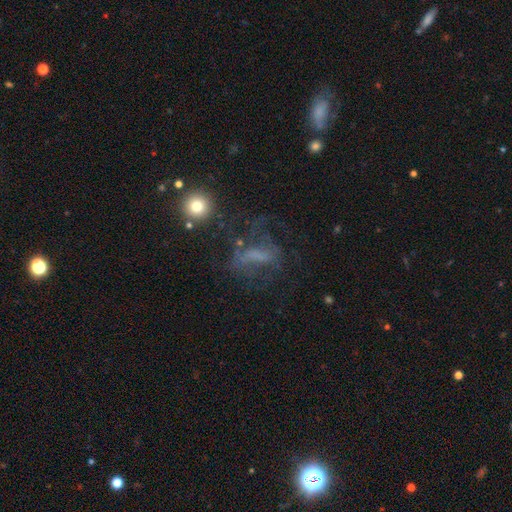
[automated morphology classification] type=featured or disk (43%); merging=none (42%).